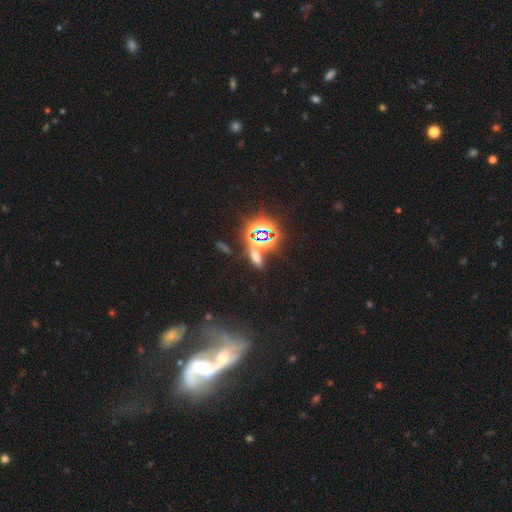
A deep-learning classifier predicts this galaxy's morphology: star or artifact 52%, smooth 35%, featured or disk 12%.